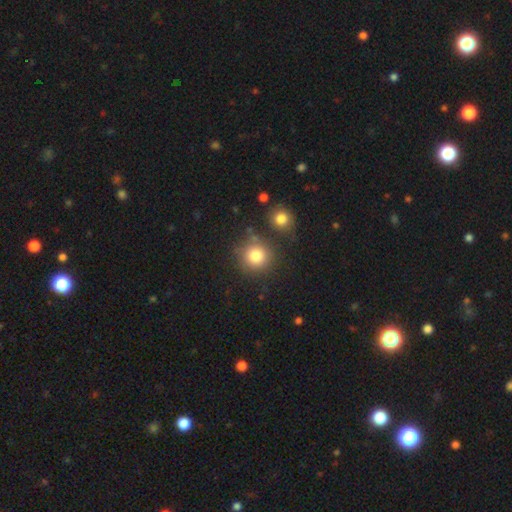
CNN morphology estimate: Smooth or featured?
  - smooth: 81% *
  - star or artifact: 12%
  - featured or disk: 8%
How rounded?
  - round: 92% *
  - in between: 7%
  - cigar-shaped: 1%
Merging?
  - none: 75% *
  - merger: 10%
  - minor disturbance: 10%
  - major disturbance: 4%